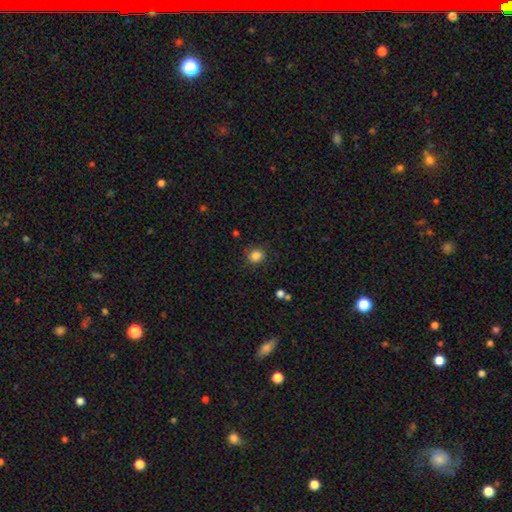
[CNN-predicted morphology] Smooth or featured?
  - smooth: 85% *
  - star or artifact: 11%
  - featured or disk: 4%
How rounded?
  - round: 75% *
  - in between: 25%
  - cigar-shaped: 1%
Merging?
  - none: 82% *
  - minor disturbance: 12%
  - major disturbance: 3%
  - merger: 2%